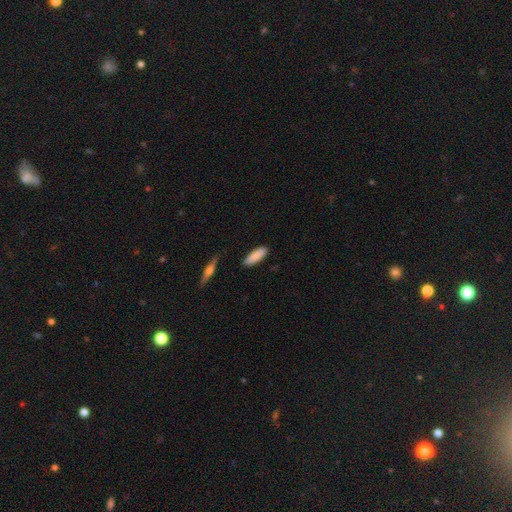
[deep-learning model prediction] The model was most divided on "how rounded": in between: 62%, cigar-shaped: 36%, round: 2%. More confident: merging — none (86%); smooth or featured — smooth (86%).